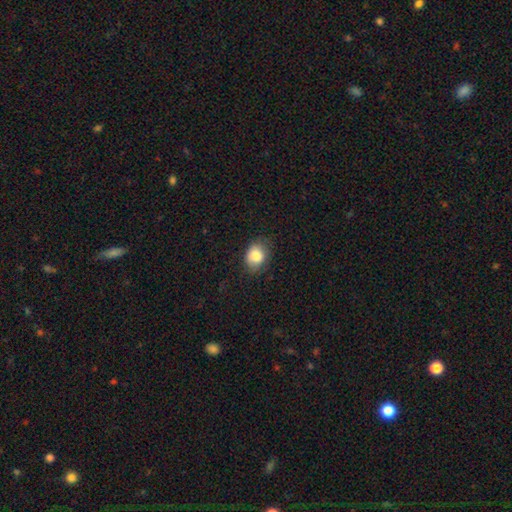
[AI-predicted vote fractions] The model was most divided on "how rounded": in between: 52%, round: 47%, cigar-shaped: 1%. More confident: smooth or featured — smooth (83%); merging — none (73%).